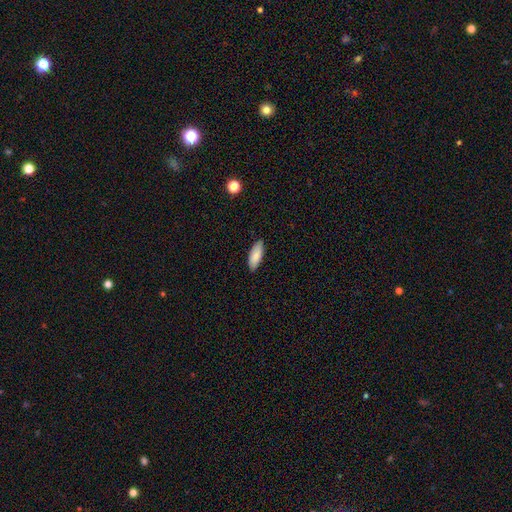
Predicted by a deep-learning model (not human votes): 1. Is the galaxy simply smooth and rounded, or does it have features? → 86% smooth, 8% featured or disk, 6% star or artifact.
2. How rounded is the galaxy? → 76% in between, 22% cigar-shaped, 2% round.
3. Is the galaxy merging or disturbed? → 87% none, 10% minor disturbance, 2% major disturbance, 1% merger.